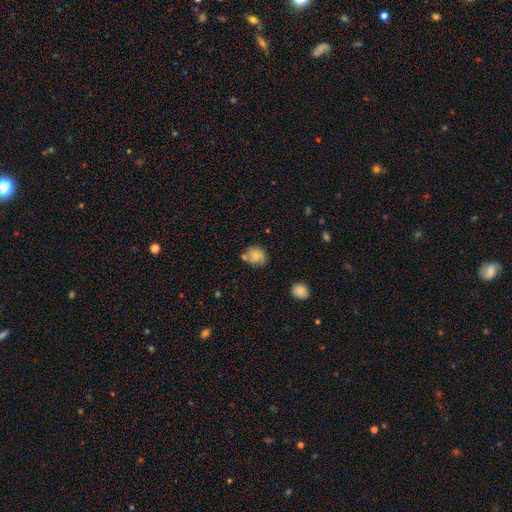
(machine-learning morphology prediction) type=smooth (69%); roundness=round (64%); merging=none (58%).